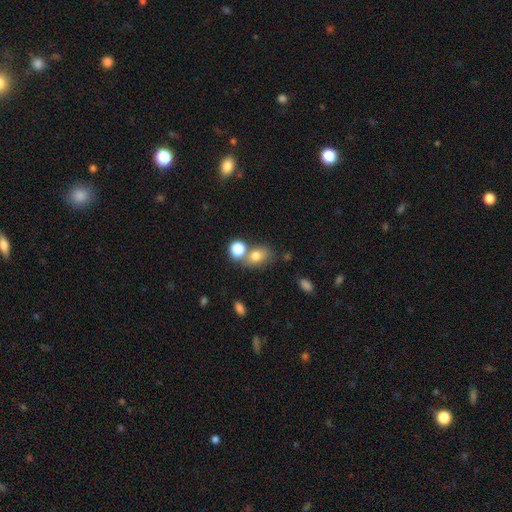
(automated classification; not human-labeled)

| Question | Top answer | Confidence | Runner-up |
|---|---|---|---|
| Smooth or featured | smooth | 76% | star or artifact (12%) |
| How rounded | in between | 59% | round (39%) |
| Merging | none | 53% | merger (29%) |